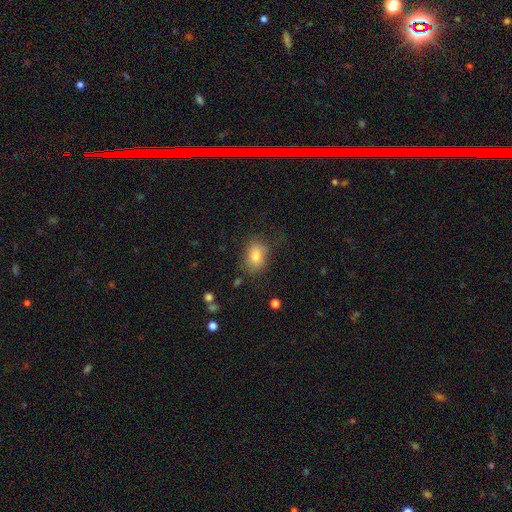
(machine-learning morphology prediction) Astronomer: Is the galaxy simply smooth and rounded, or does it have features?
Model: smooth — 79%.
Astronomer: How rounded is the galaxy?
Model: in between — 74%.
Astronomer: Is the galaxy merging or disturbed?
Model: none — 71%.